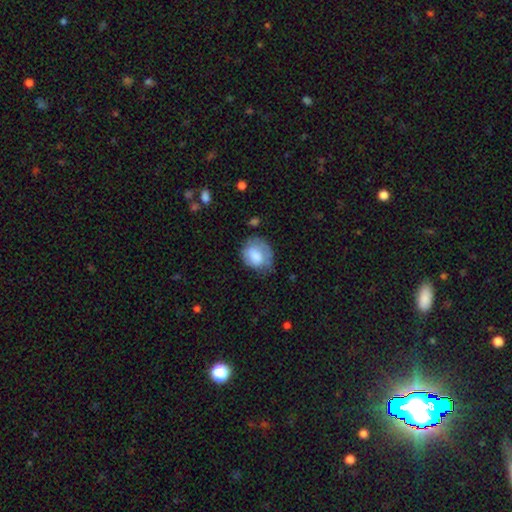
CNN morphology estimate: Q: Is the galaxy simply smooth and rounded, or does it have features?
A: smooth — 71%.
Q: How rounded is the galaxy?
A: round — 60%.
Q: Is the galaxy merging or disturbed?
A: none — 49%.